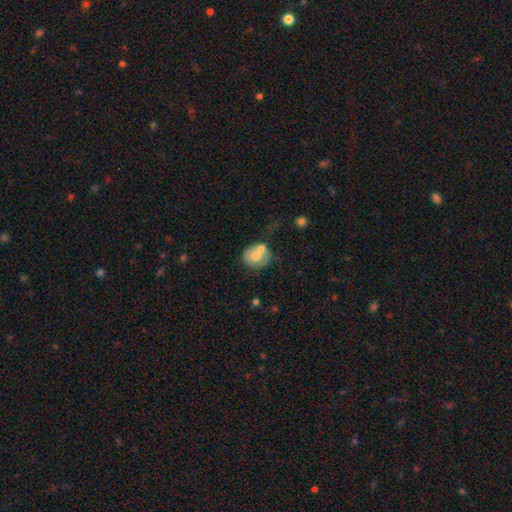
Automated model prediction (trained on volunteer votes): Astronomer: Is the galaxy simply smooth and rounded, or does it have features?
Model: smooth — 63%.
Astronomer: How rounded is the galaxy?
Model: round — 70%.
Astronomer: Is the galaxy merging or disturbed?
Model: merger — 47% (runner-up: none, 33%).